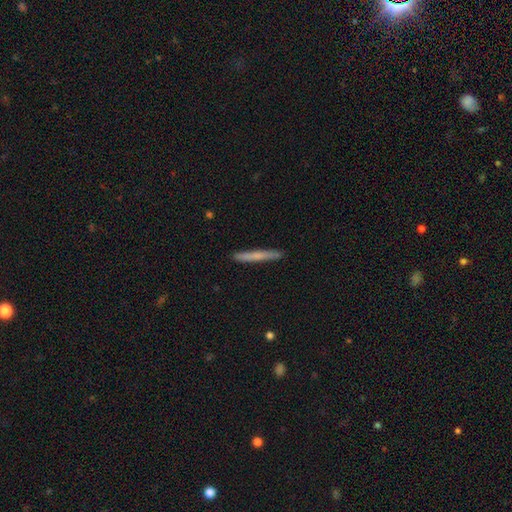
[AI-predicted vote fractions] A smooth galaxy with no disk features (62%) that is cigar-shaped (96%). Merging: none (91%).